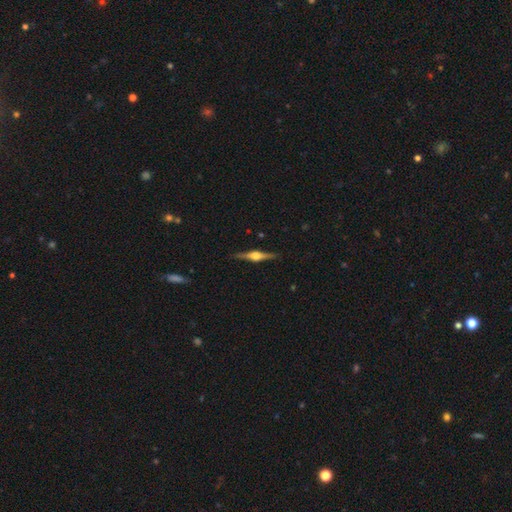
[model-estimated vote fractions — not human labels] Smooth or featured?
  - featured or disk: 81% *
  - smooth: 13%
  - star or artifact: 5%
Edge-on disk?
  - yes: 98% *
  - no: 2%
Edge-on bulge?
  - rounded: 93% *
  - boxy: 5%
  - none: 2%
Merging?
  - none: 91% *
  - minor disturbance: 7%
  - major disturbance: 1%
  - merger: 1%